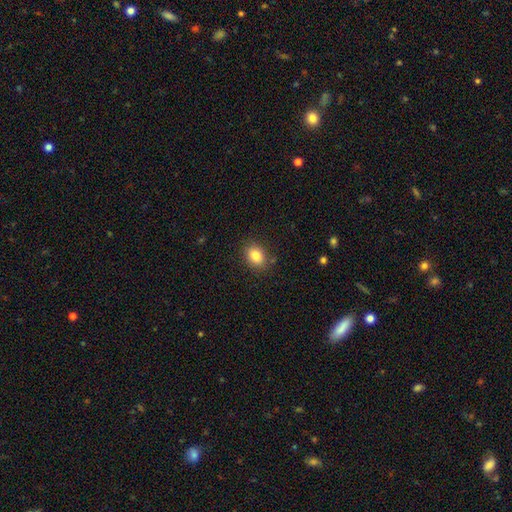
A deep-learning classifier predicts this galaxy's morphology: Q: Smooth or featured?
A: smooth (84%); runner-up: star or artifact (10%)
Q: How rounded?
A: in between (61%); runner-up: round (38%)
Q: Merging?
A: none (84%); runner-up: minor disturbance (11%)